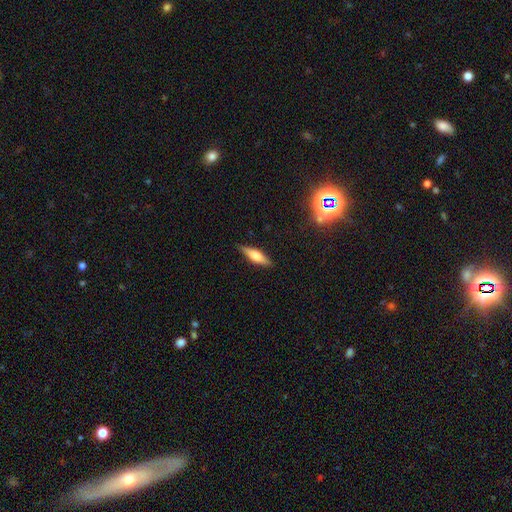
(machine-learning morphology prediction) The model was most divided on "smooth or featured": smooth: 55%, featured or disk: 37%, star or artifact: 8%. More confident: merging — none (85%); how rounded — cigar-shaped (62%).